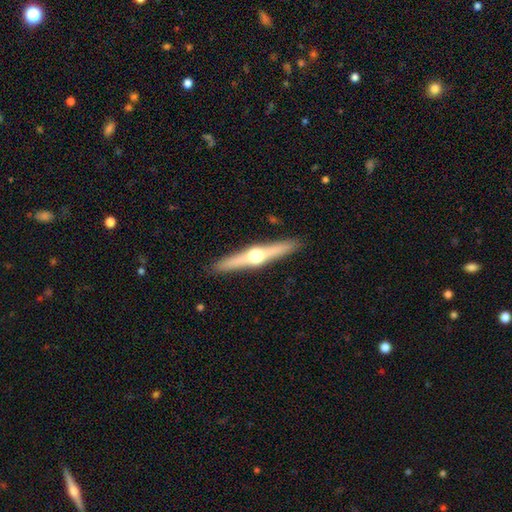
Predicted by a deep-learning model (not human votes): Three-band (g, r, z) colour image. It shows a featured or disk galaxy (75%) viewed edge-on (98%) with a rounded central bulge (96%). Merging: none (91%).